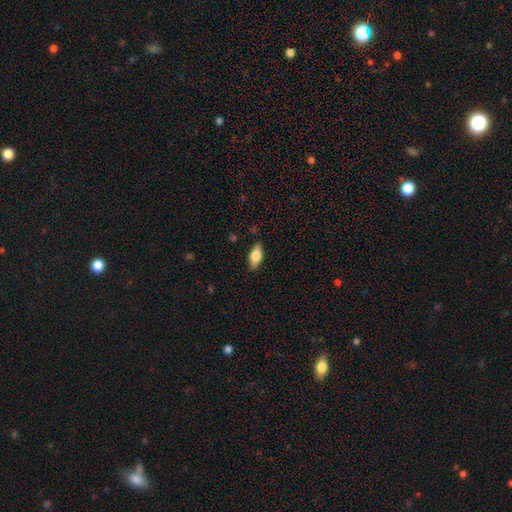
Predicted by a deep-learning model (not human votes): Smooth or featured? Predicted: smooth (p=0.76). How rounded? Predicted: in between (p=0.82). Merging? Predicted: none (p=0.86).